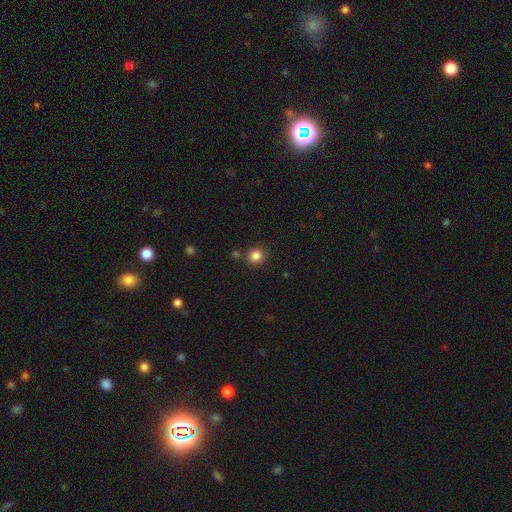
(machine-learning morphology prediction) smooth-or-featured: smooth: 84% | star or artifact: 12% | featured or disk: 4%
  how-rounded: round: 88% | in between: 11% | cigar-shaped: 1%
  merging: none: 84% | minor disturbance: 8% | merger: 6% | major disturbance: 3%